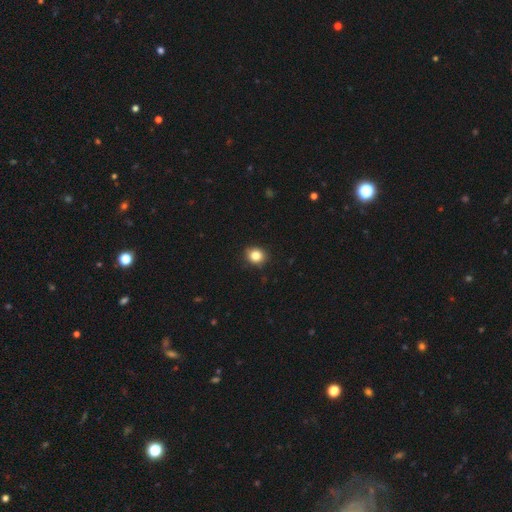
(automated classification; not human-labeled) Morphology: type=smooth (84%); roundness=round (77%); merging=none (90%).